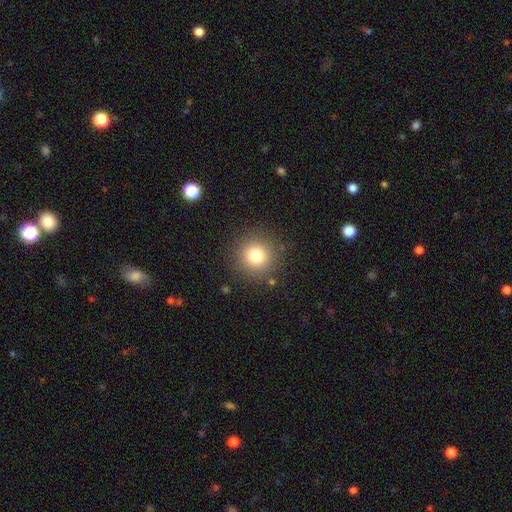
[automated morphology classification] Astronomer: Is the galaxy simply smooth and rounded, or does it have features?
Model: smooth — 79%.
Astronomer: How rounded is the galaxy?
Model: round — 94%.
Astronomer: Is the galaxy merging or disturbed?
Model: none — 88%.